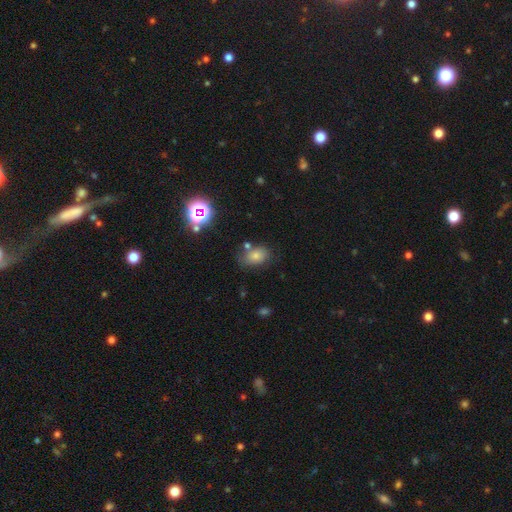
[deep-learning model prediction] Smooth or featured? Predicted: smooth (p=0.74). How rounded? Predicted: in between (p=0.80). Merging? Predicted: none (p=0.65).